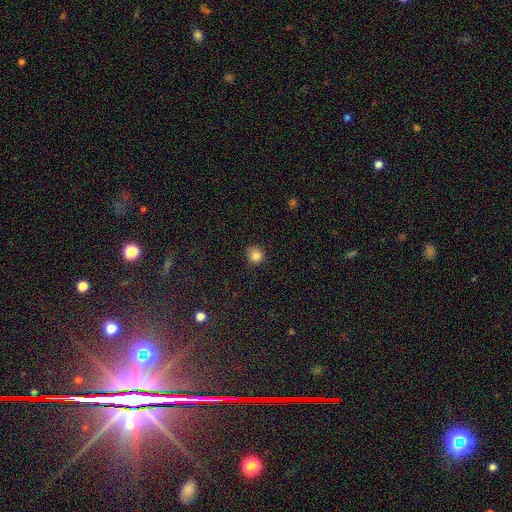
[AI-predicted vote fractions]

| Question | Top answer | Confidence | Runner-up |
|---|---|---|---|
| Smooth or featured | smooth | 84% | star or artifact (11%) |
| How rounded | round | 87% | in between (12%) |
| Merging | none | 82% | minor disturbance (14%) |